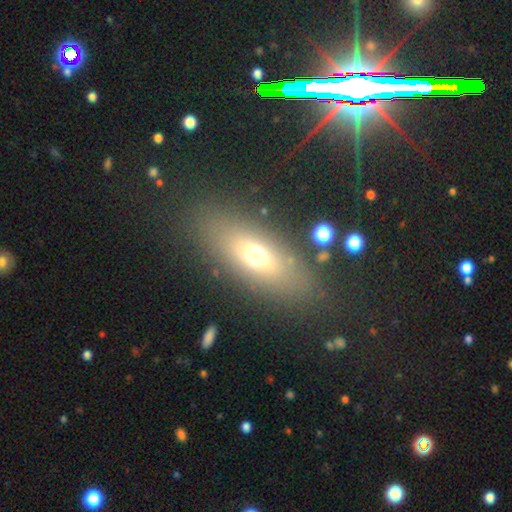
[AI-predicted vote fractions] smooth-or-featured: smooth: 64% | featured or disk: 23% | star or artifact: 13%
  how-rounded: in between: 70% | cigar-shaped: 22% | round: 8%
  merging: none: 80% | minor disturbance: 10% | major disturbance: 7% | merger: 3%